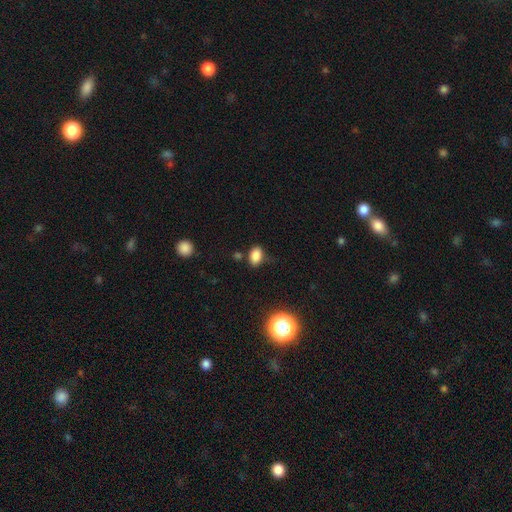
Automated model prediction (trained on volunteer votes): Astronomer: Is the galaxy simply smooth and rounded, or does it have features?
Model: smooth — 84%.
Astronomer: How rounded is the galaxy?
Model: in between — 83%.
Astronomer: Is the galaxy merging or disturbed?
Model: none — 74%.